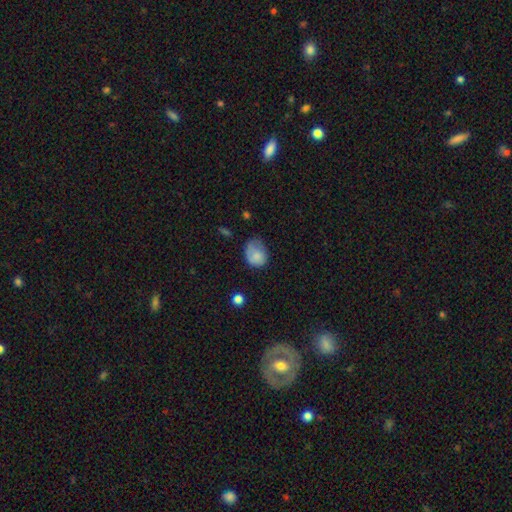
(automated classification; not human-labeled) Morphology: type=smooth (76%); roundness=in between (50%); merging=none (40%).